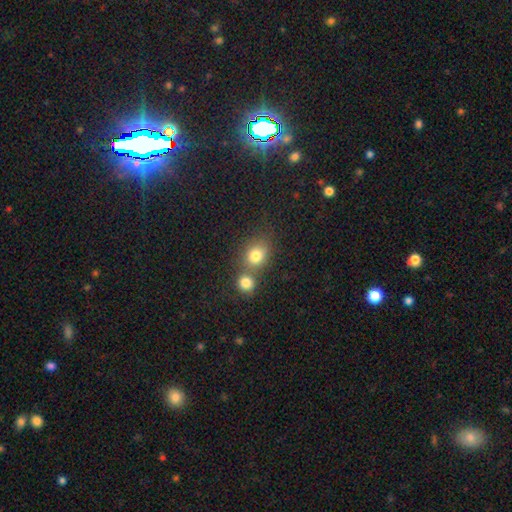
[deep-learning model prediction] Smooth or featured?
  - smooth: 79% *
  - star or artifact: 12%
  - featured or disk: 8%
How rounded?
  - round: 71% *
  - in between: 28%
  - cigar-shaped: 1%
Merging?
  - none: 48% *
  - merger: 40%
  - minor disturbance: 9%
  - major disturbance: 4%